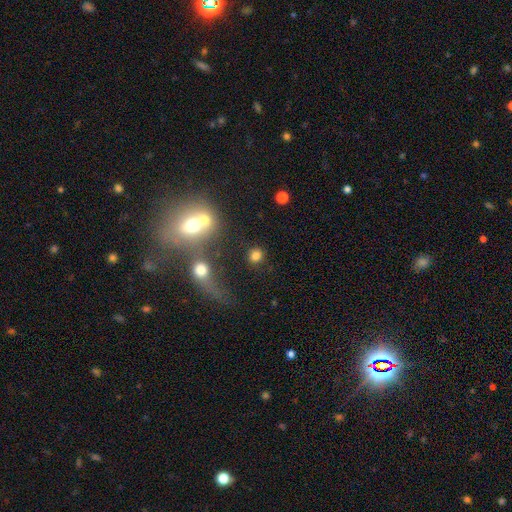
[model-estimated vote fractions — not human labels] smooth 79%, star or artifact 14%, featured or disk 7%. Down the decision tree: how rounded — round (87%); merging — none (76%).